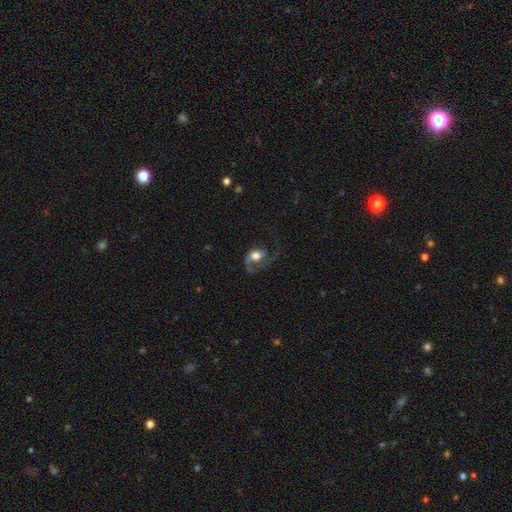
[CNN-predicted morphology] Smooth or featured: featured or disk — 62% (smooth — 31%)
Edge-on disk: no — 97% (yes — 3%)
Bar: no — 68% (weak — 25%)
Spiral arms: yes — 86% (no — 14%)
Spiral winding: loose — 45% (medium — 39%)
Spiral arm count: 1 — 56% (2 — 35%)
Bulge size: large — 44% (moderate — 40%)
Merging: major disturbance — 39% (tied with none — 39%)